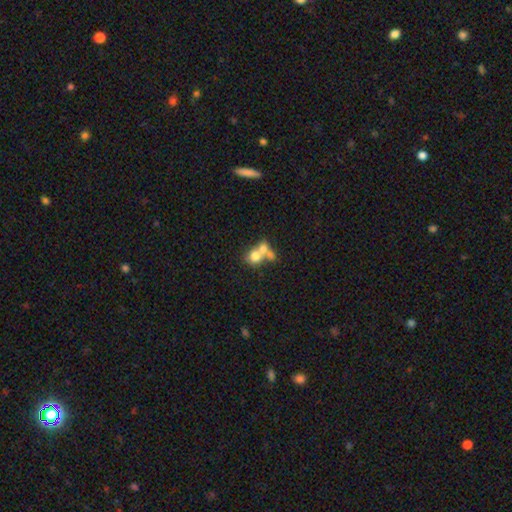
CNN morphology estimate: The model was most divided on "merging": merger: 64%, none: 25%, minor disturbance: 6%, major disturbance: 4%. More confident: how rounded — round (71%); smooth or featured — smooth (67%).